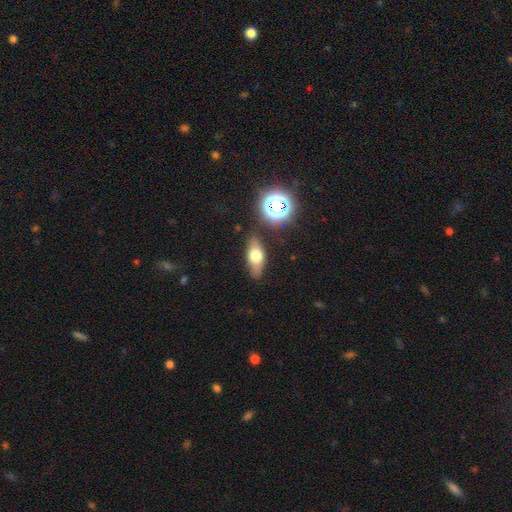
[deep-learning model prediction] Q: Smooth or featured?
A: smooth (58%); runner-up: featured or disk (32%)
Q: How rounded?
A: in between (71%); runner-up: cigar-shaped (20%)
Q: Merging?
A: none (81%); runner-up: minor disturbance (12%)